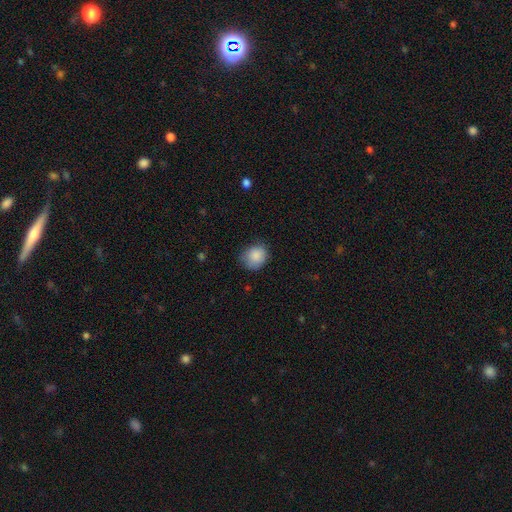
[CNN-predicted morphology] Smooth or featured: smooth — 87% (star or artifact — 8%)
How rounded: round — 69% (in between — 30%)
Merging: none — 69% (minor disturbance — 25%)